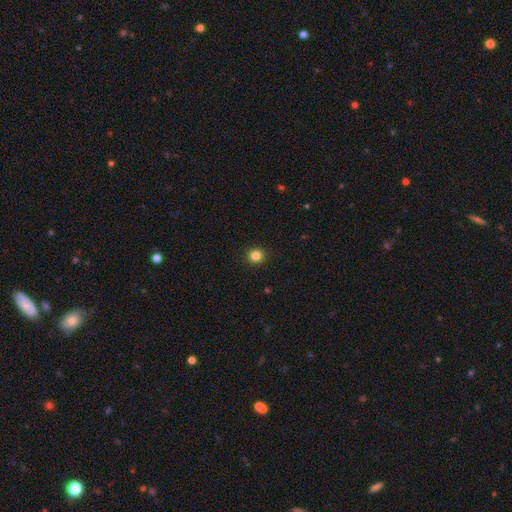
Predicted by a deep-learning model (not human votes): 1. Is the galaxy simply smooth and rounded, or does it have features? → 84% smooth, 12% star or artifact, 4% featured or disk.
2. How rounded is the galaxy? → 91% round, 8% in between, 1% cigar-shaped.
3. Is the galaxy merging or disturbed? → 93% none, 5% minor disturbance, 2% major disturbance, 1% merger.